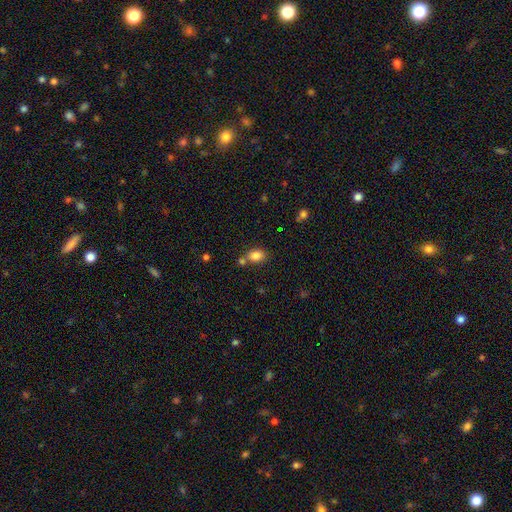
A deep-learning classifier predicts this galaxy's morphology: smooth_or_featured: smooth (p=0.83) [alt: star or artifact p=0.10]
how_rounded: in between (p=0.77) [alt: round p=0.22]
merging: none (p=0.60) [alt: merger p=0.23]